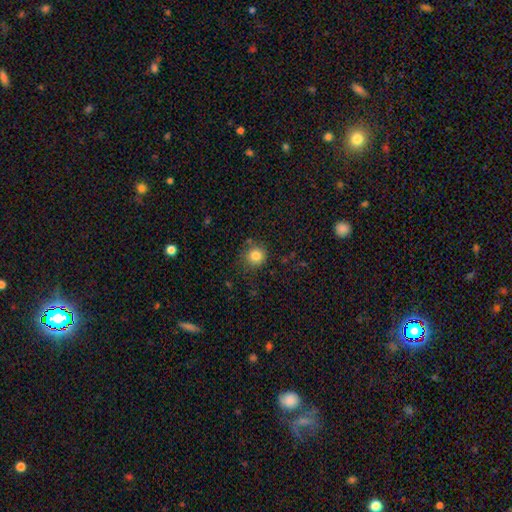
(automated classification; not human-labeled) smooth_or_featured: smooth (p=0.83) [alt: star or artifact p=0.11]
how_rounded: round (p=0.91) [alt: in between p=0.08]
merging: none (p=0.80) [alt: minor disturbance p=0.13]